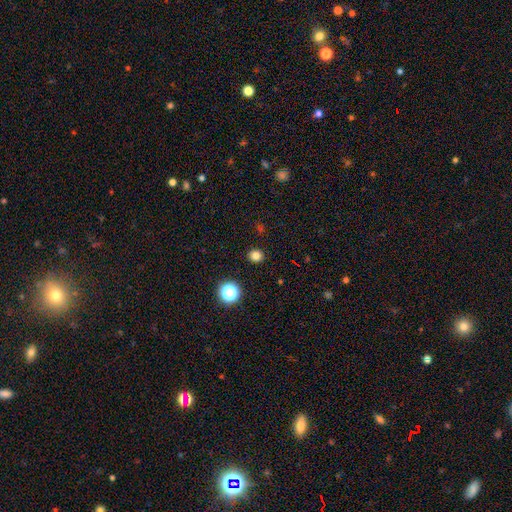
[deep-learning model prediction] A smooth galaxy with no disk features (81%) that is round (81%).

Vote fractions:
- Smooth or featured? smooth: 81% / star or artifact: 15% / featured or disk: 4%
- How rounded? round: 81% / in between: 18% / cigar-shaped: 1%
- Merging? none: 91% / minor disturbance: 6% / major disturbance: 2% / merger: 1%